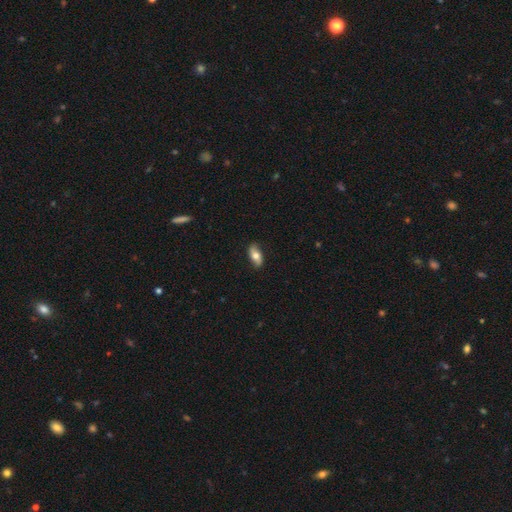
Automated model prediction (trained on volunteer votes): Q: Smooth or featured?
A: smooth (58%); runner-up: featured or disk (35%)
Q: How rounded?
A: in between (85%); runner-up: cigar-shaped (10%)
Q: Merging?
A: none (81%); runner-up: minor disturbance (15%)